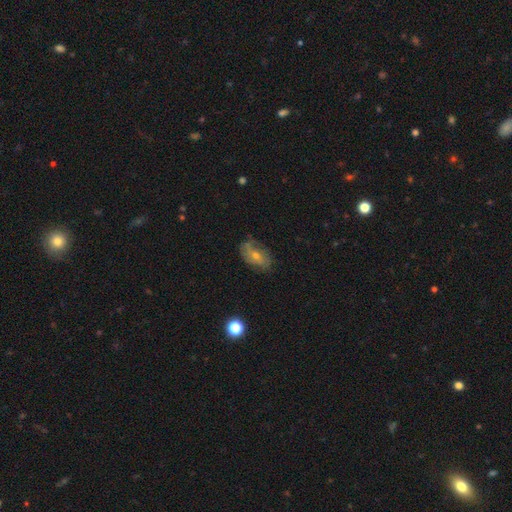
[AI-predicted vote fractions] Q: Smooth or featured?
A: featured or disk (52%); runner-up: smooth (36%)
Q: Edge-on disk?
A: no (91%); runner-up: yes (9%)
Q: Merging?
A: none (65%); runner-up: minor disturbance (24%)